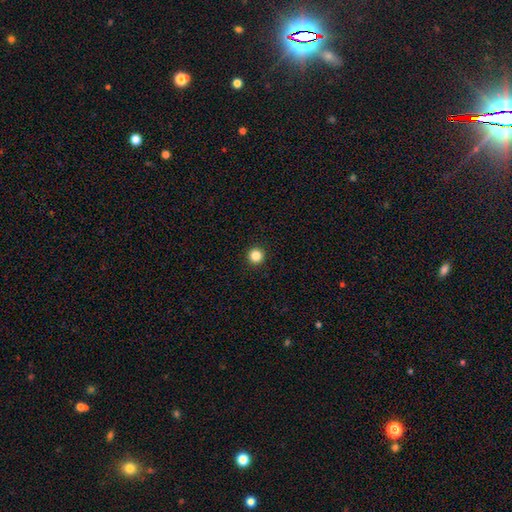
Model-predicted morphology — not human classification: smooth_or_featured: smooth (p=0.85) [alt: star or artifact p=0.11]
how_rounded: round (p=0.96) [alt: in between p=0.03]
merging: none (p=0.94) [alt: minor disturbance p=0.04]